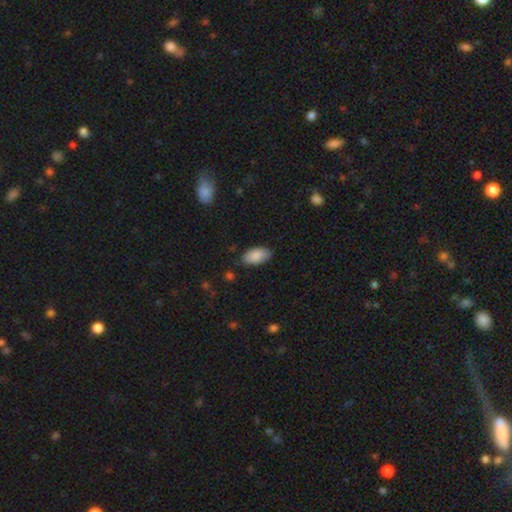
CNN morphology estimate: A smooth galaxy with no disk features (88%) that is in between round and cigar-shaped (95%).

Vote fractions:
- Smooth or featured? smooth: 88% / star or artifact: 6% / featured or disk: 5%
- How rounded? in between: 95% / cigar-shaped: 3% / round: 3%
- Merging? none: 82% / minor disturbance: 14% / major disturbance: 3% / merger: 1%